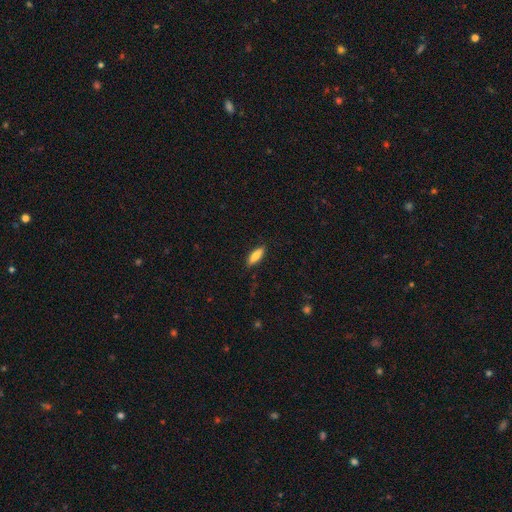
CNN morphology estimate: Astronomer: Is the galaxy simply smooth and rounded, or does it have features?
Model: smooth — 81%.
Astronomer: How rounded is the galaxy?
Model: cigar-shaped — 50% (runner-up: in between, 48%).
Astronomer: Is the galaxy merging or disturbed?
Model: none — 86%.